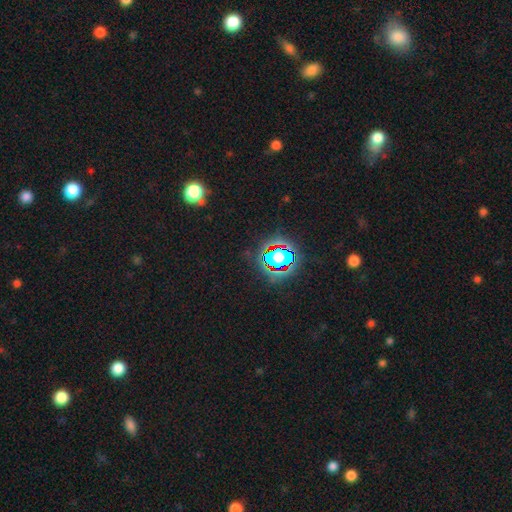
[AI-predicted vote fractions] Q: Smooth or featured?
A: star or artifact (81%); runner-up: smooth (11%)